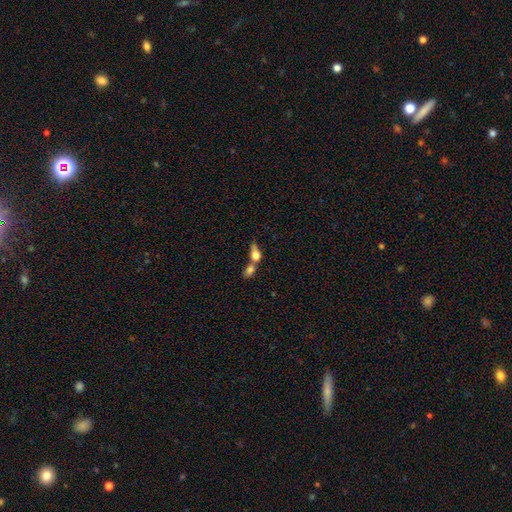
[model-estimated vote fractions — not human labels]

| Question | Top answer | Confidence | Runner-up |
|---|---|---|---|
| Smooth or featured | smooth | 72% | featured or disk (19%) |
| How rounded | in between | 62% | round (29%) |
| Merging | merger | 71% | none (15%) |